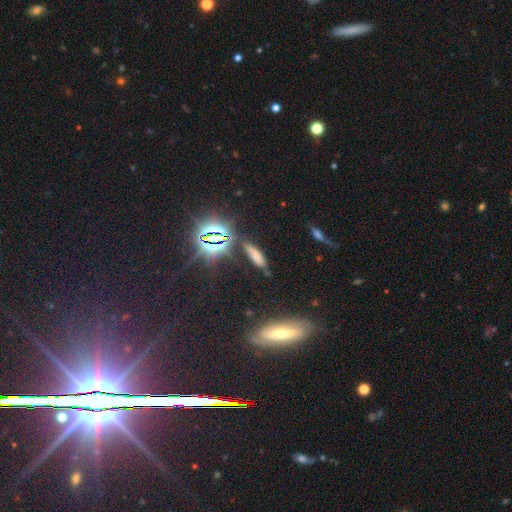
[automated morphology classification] Q: Smooth or featured?
A: smooth (58%); runner-up: star or artifact (31%)
Q: How rounded?
A: cigar-shaped (58%); runner-up: in between (38%)
Q: Merging?
A: none (75%); runner-up: minor disturbance (15%)